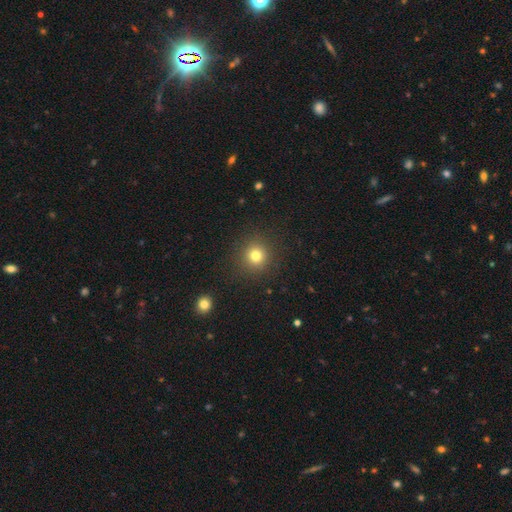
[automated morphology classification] Smooth or featured?
  - smooth: 78% *
  - star or artifact: 15%
  - featured or disk: 7%
How rounded?
  - round: 93% *
  - in between: 6%
  - cigar-shaped: 1%
Merging?
  - none: 90% *
  - minor disturbance: 6%
  - major disturbance: 3%
  - merger: 1%